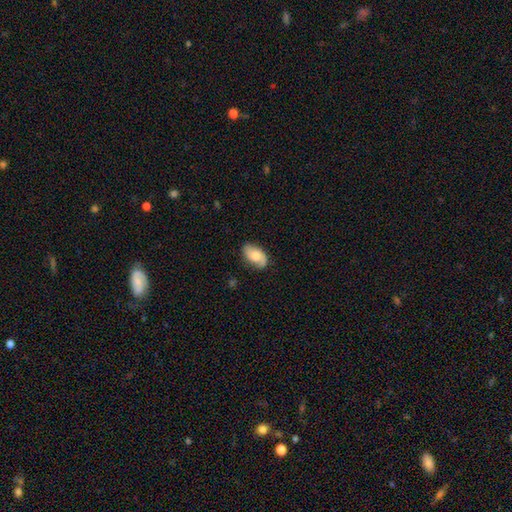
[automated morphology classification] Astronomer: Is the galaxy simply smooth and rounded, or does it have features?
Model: smooth — 54% (runner-up: featured or disk, 39%).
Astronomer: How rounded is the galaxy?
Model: in between — 91%.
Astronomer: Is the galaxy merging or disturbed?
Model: none — 72%.